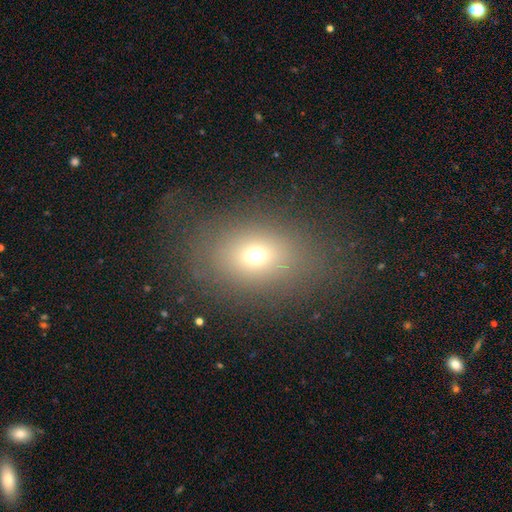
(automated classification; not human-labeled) Smooth or featured? Predicted: smooth (p=0.66). How rounded? Predicted: in between (p=0.67). Merging? Predicted: none (p=0.76).